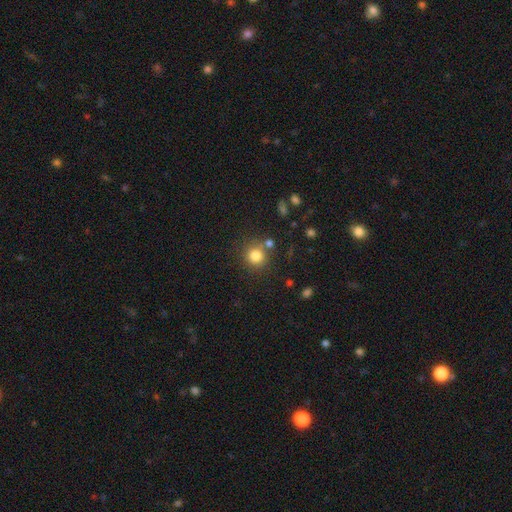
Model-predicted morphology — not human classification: Smooth or featured? smooth (81%)
How rounded? round (91%)
Merging? none (76%)